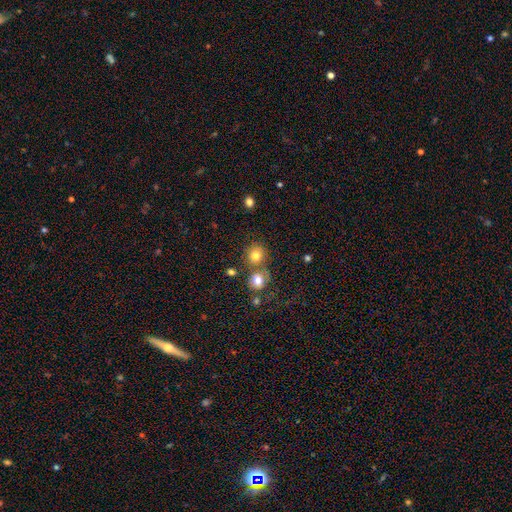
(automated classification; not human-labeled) Smooth or featured?
  - smooth: 78% *
  - star or artifact: 13%
  - featured or disk: 9%
How rounded?
  - round: 83% *
  - in between: 16%
  - cigar-shaped: 1%
Merging?
  - none: 60% *
  - merger: 27%
  - minor disturbance: 9%
  - major disturbance: 4%